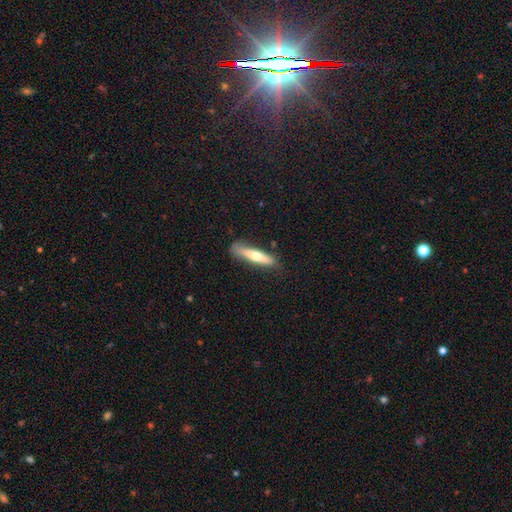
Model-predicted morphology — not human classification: Q: Smooth or featured?
A: smooth (59%); runner-up: featured or disk (36%)
Q: How rounded?
A: cigar-shaped (84%); runner-up: in between (14%)
Q: Merging?
A: none (76%); runner-up: minor disturbance (18%)